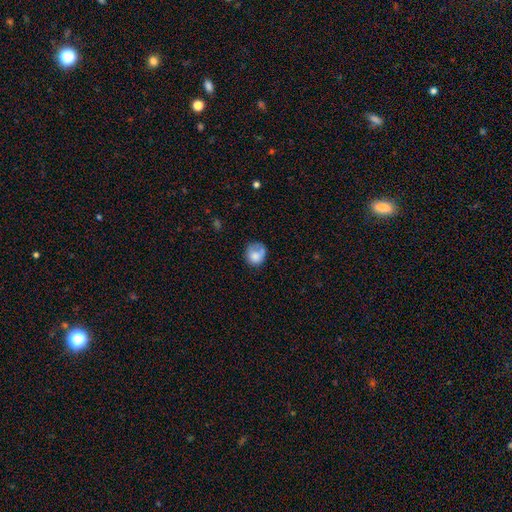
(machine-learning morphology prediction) Q: Smooth or featured?
A: smooth (77%); runner-up: featured or disk (15%)
Q: How rounded?
A: round (76%); runner-up: in between (23%)
Q: Merging?
A: none (49%); runner-up: minor disturbance (27%)